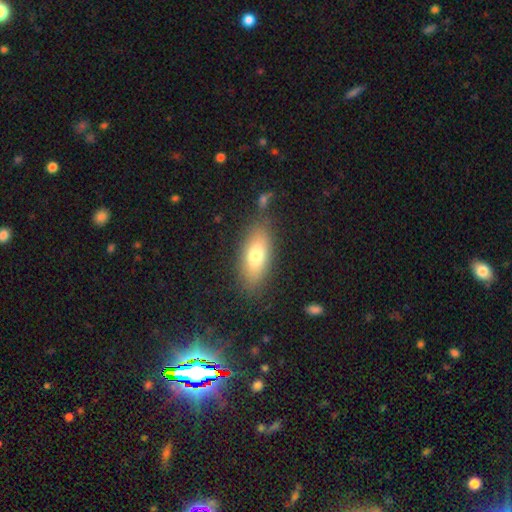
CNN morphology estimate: Smooth or featured: smooth — 73% (featured or disk — 19%)
How rounded: in between — 77% (cigar-shaped — 20%)
Merging: none — 80% (minor disturbance — 13%)